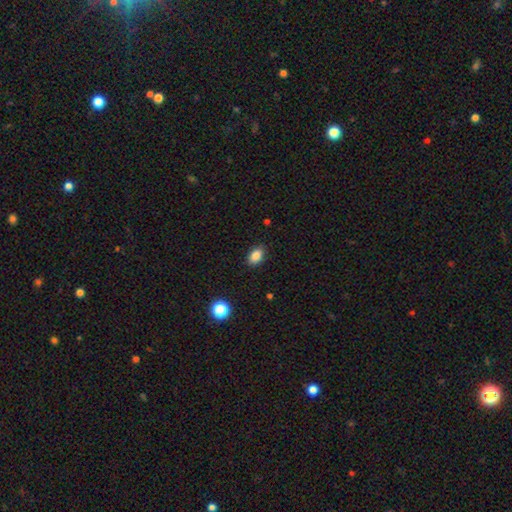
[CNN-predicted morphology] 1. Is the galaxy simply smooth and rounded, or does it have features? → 85% smooth, 10% star or artifact, 5% featured or disk.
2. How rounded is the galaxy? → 85% in between, 13% round, 2% cigar-shaped.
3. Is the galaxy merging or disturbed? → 88% none, 9% minor disturbance, 2% major disturbance, 1% merger.